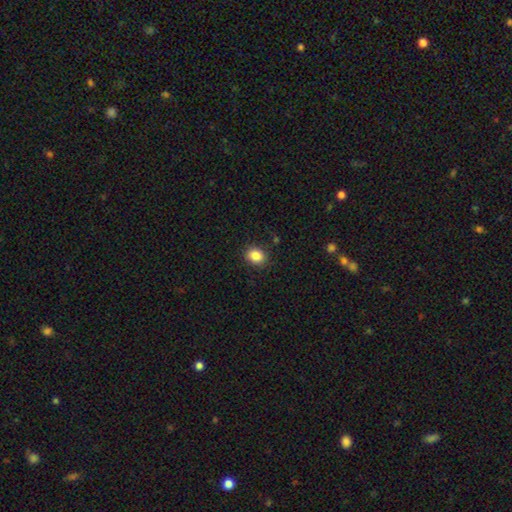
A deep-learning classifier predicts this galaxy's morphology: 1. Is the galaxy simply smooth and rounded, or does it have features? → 86% smooth, 10% star or artifact, 4% featured or disk.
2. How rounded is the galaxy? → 59% round, 40% in between, 1% cigar-shaped.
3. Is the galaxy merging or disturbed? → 88% none, 8% minor disturbance, 2% major disturbance, 1% merger.